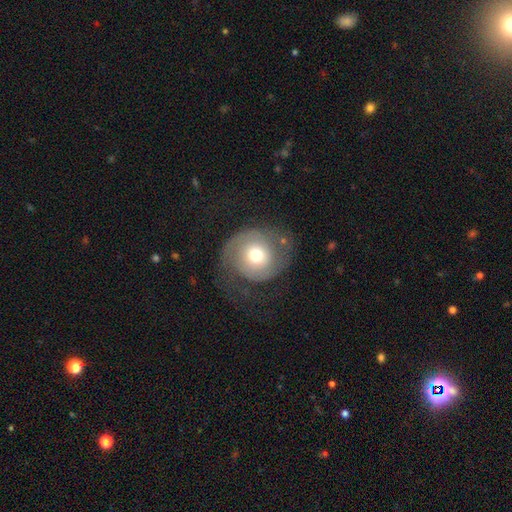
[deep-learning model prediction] This appears to be a featured or disk galaxy (62%) with no bar (77%), 2 (78%) medium (38%) spiral arms (85%) and a moderate central bulge (68%). Merging: none (59%).